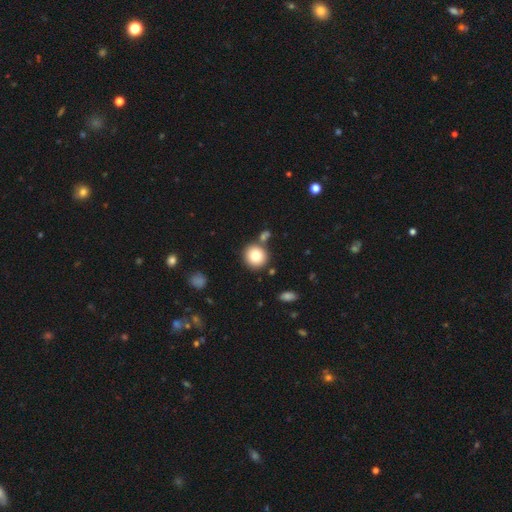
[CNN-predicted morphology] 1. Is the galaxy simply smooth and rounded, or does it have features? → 79% smooth, 11% featured or disk, 10% star or artifact.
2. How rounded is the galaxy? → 91% round, 8% in between, 1% cigar-shaped.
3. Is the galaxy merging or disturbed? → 78% none, 10% merger, 8% minor disturbance, 3% major disturbance.